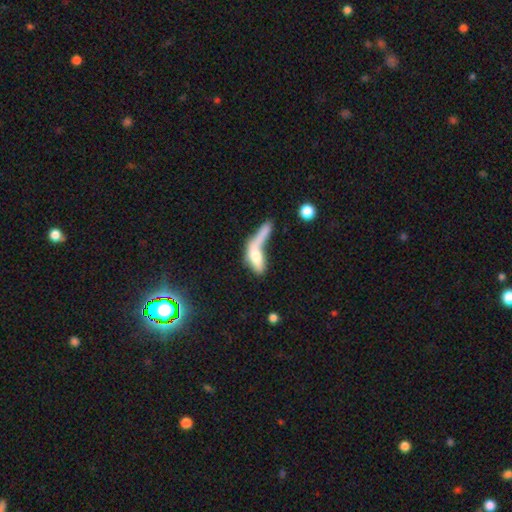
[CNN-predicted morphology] Smooth or featured?
  - smooth: 61% *
  - featured or disk: 30%
  - star or artifact: 8%
How rounded?
  - in between: 57% *
  - cigar-shaped: 37%
  - round: 6%
Merging?
  - merger: 51% *
  - major disturbance: 24%
  - none: 14%
  - minor disturbance: 10%